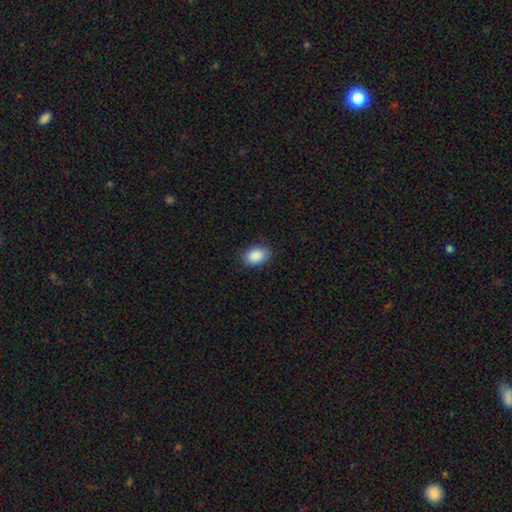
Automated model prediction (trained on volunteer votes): Morphology: type=smooth (90%); roundness=in between (85%); merging=none (85%).